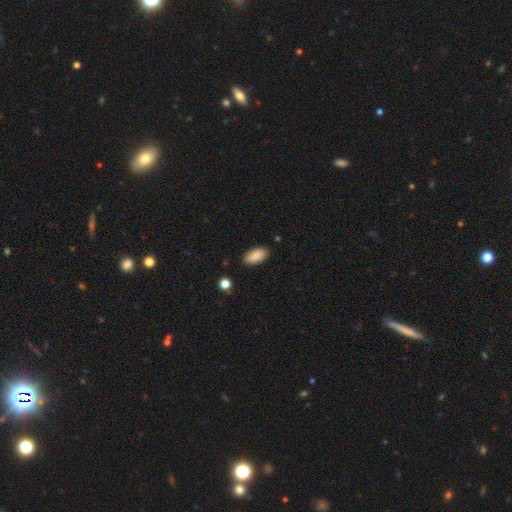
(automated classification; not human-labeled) Q: Smooth or featured?
A: smooth (89%); runner-up: star or artifact (7%)
Q: How rounded?
A: in between (93%); runner-up: cigar-shaped (5%)
Q: Merging?
A: none (87%); runner-up: minor disturbance (10%)